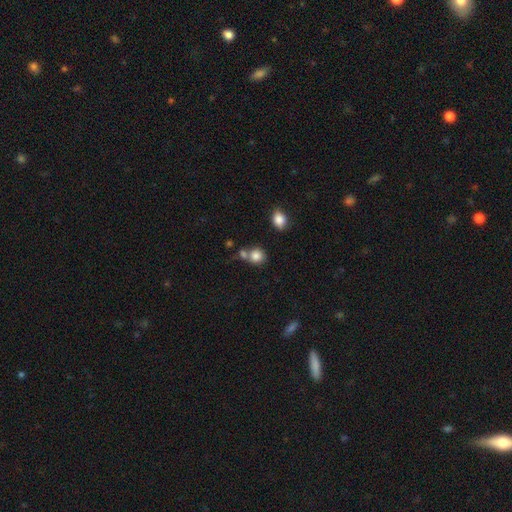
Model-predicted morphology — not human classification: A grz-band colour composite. It shows a smooth galaxy with no disk features (83%) that is round (83%). Merging: none (55%).